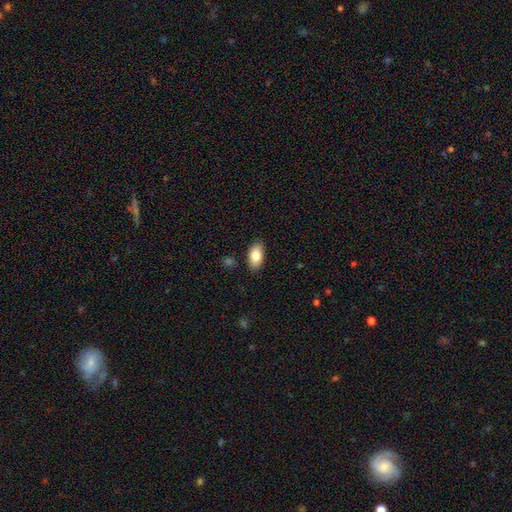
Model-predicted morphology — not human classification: Q: Smooth or featured?
A: smooth (83%); runner-up: featured or disk (11%)
Q: How rounded?
A: in between (93%); runner-up: round (5%)
Q: Merging?
A: none (86%); runner-up: minor disturbance (10%)